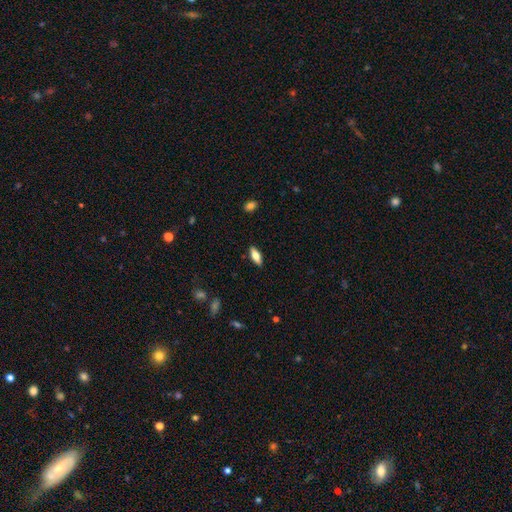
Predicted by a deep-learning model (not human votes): Smooth or featured? Predicted: smooth (p=0.63). How rounded? Predicted: in between (p=0.70). Merging? Predicted: none (p=0.88).